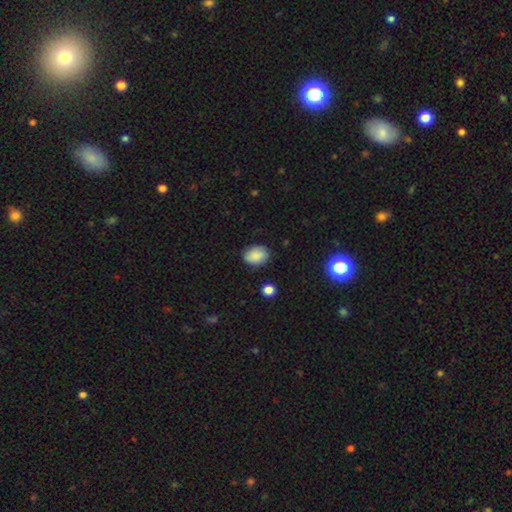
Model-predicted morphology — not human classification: smooth 82%, featured or disk 9%, star or artifact 8%. Down the decision tree: how rounded — in between (69%); merging — none (78%).